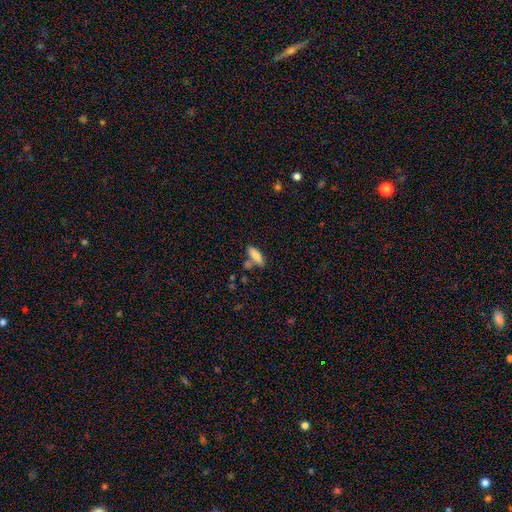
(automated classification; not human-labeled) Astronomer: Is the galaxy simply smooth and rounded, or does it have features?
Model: smooth — 79%.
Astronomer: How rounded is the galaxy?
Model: in between — 66%.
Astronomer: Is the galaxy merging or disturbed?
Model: none — 63%.